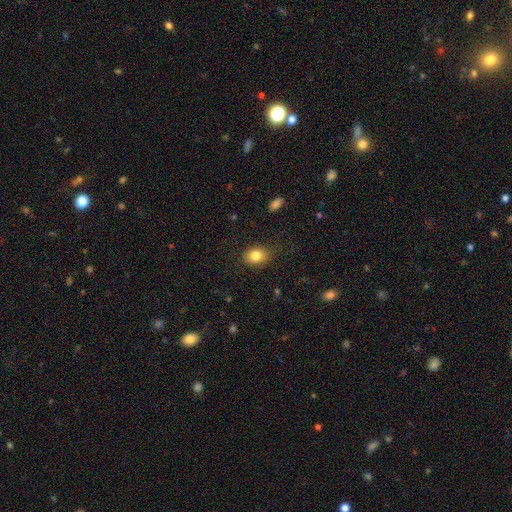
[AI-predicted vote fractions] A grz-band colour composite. It shows a smooth galaxy with no disk features (82%) that is in between round and cigar-shaped (61%). Merging: none (79%).